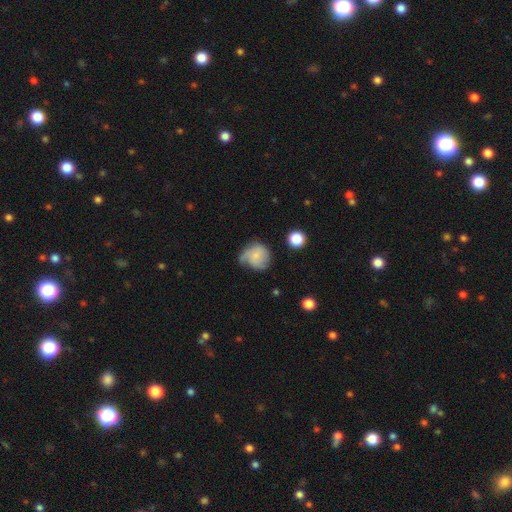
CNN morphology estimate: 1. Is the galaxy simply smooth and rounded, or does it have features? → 56% smooth, 36% featured or disk, 9% star or artifact.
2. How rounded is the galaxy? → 78% round, 21% in between, 1% cigar-shaped.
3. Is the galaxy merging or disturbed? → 42% none, 34% minor disturbance, 20% major disturbance, 4% merger.